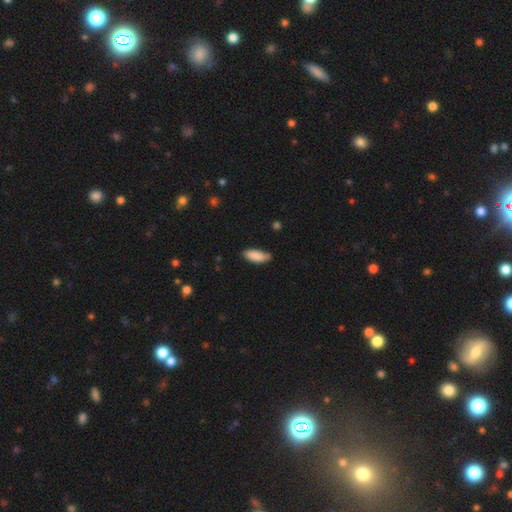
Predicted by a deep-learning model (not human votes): smooth-or-featured: smooth: 87% | featured or disk: 6% | star or artifact: 6%
  how-rounded: in between: 78% | cigar-shaped: 20% | round: 2%
  merging: none: 70% | minor disturbance: 24% | major disturbance: 4% | merger: 3%